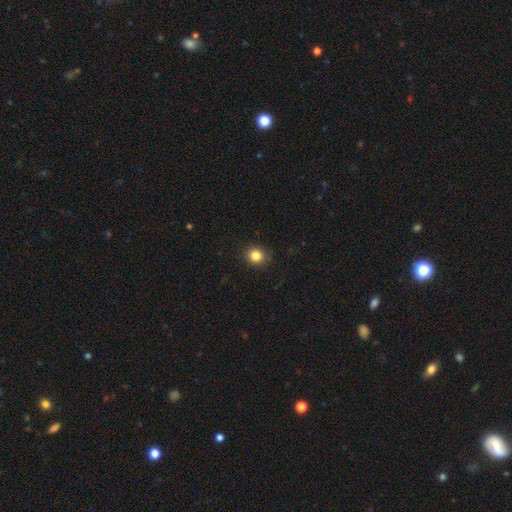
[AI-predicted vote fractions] Smooth or featured? smooth (84%)
How rounded? round (83%)
Merging? none (90%)